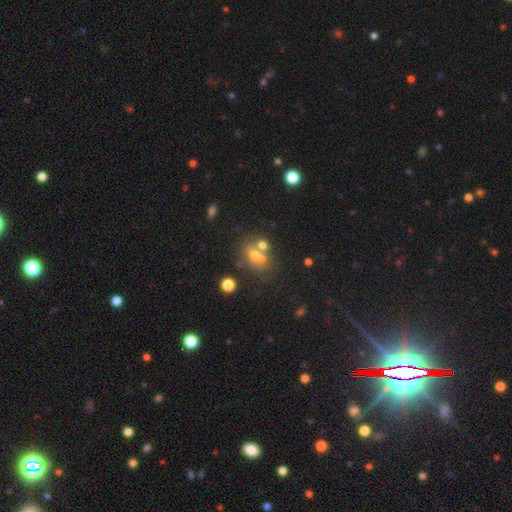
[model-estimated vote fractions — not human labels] smooth_or_featured: smooth (p=0.57) [alt: featured or disk p=0.26]
how_rounded: in between (p=0.58) [alt: round p=0.37]
merging: merger (p=0.42) [alt: none p=0.41]